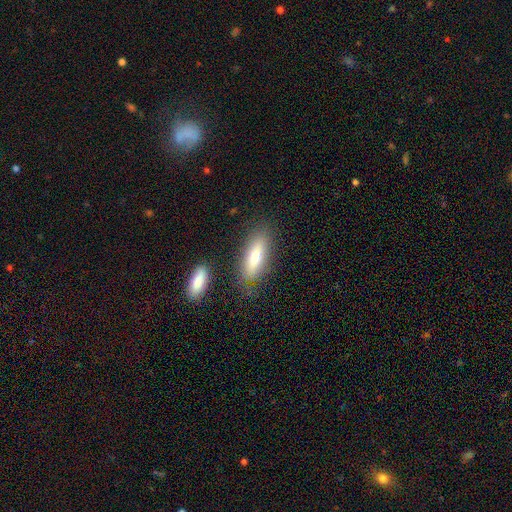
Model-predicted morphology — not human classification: Overall: smooth (76%). How rounded: in between (51%; cigar-shaped 47%). Merging: none (77%).